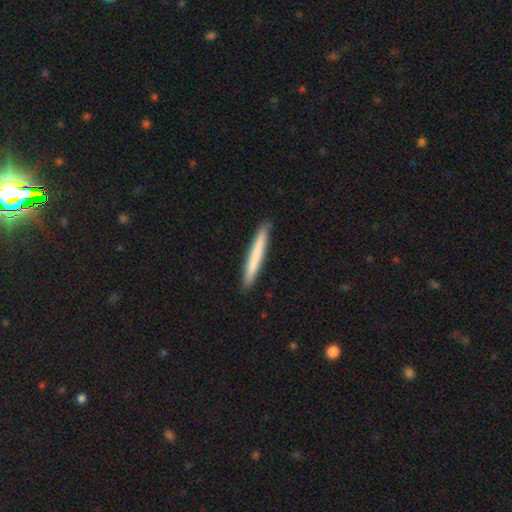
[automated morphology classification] Smooth or featured?
  - smooth: 72% *
  - featured or disk: 23%
  - star or artifact: 5%
How rounded?
  - cigar-shaped: 97% *
  - in between: 2%
  - round: 1%
Merging?
  - none: 91% *
  - minor disturbance: 7%
  - major disturbance: 1%
  - merger: 1%